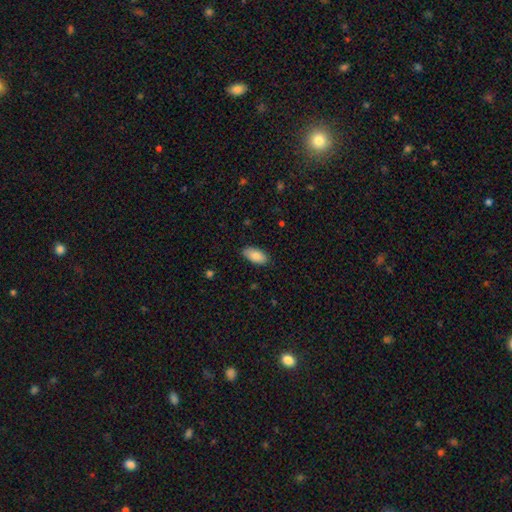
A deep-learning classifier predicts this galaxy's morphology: A smooth galaxy with no disk features (85%) that is in between round and cigar-shaped (94%). Merging: none (85%).